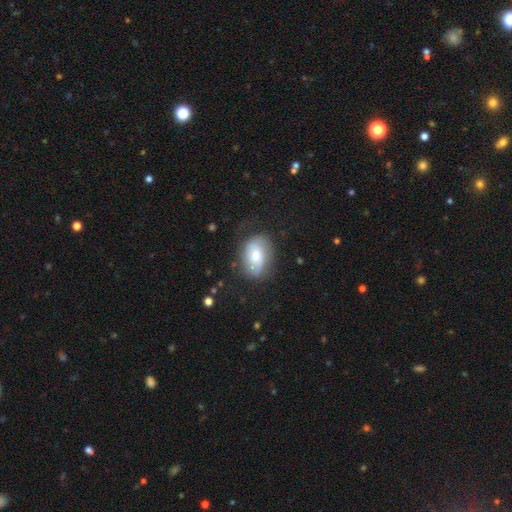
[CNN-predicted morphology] smooth 57%, featured or disk 35%, star or artifact 8%. Down the decision tree: how rounded — in between (82%); merging — none (58%).